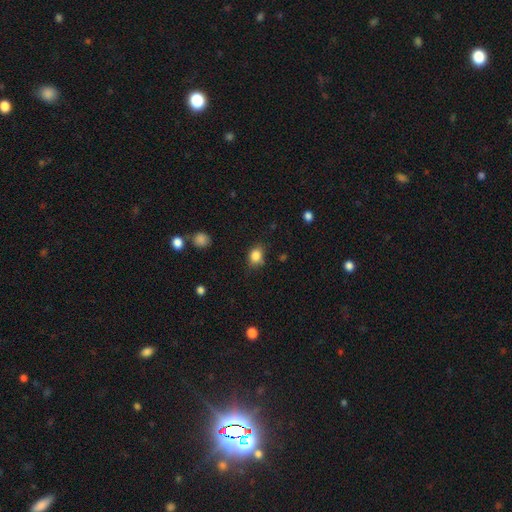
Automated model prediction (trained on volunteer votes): Smooth or featured: smooth — 85% (star or artifact — 10%)
How rounded: in between — 54% (round — 44%)
Merging: none — 73% (minor disturbance — 20%)